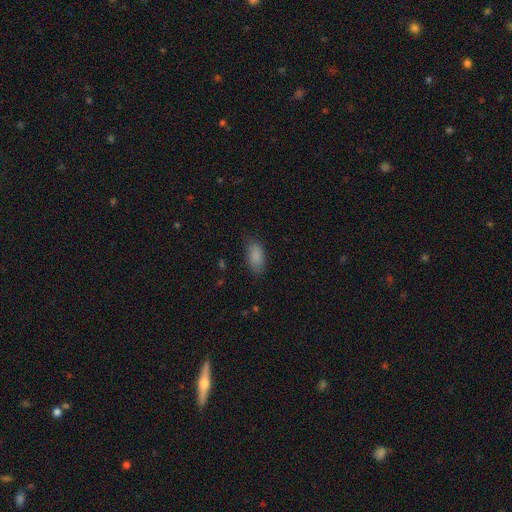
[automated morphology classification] Smooth or featured?
  - smooth: 87% *
  - star or artifact: 7%
  - featured or disk: 6%
How rounded?
  - in between: 90% *
  - cigar-shaped: 7%
  - round: 3%
Merging?
  - none: 76% *
  - minor disturbance: 19%
  - major disturbance: 4%
  - merger: 1%